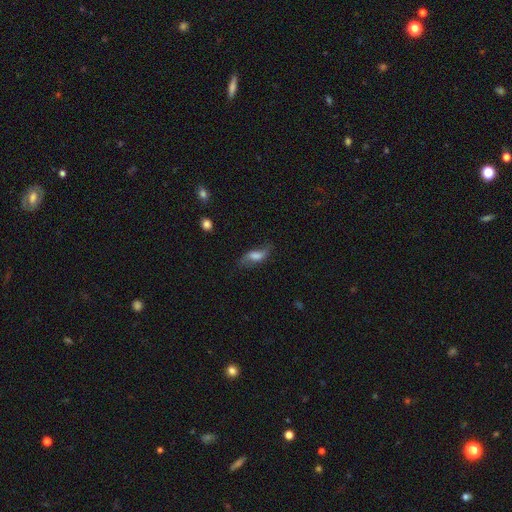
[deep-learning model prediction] smooth-or-featured: smooth: 53% | featured or disk: 37% | star or artifact: 10%
  how-rounded: in between: 72% | cigar-shaped: 23% | round: 5%
  merging: none: 55% | minor disturbance: 27% | major disturbance: 15% | merger: 3%